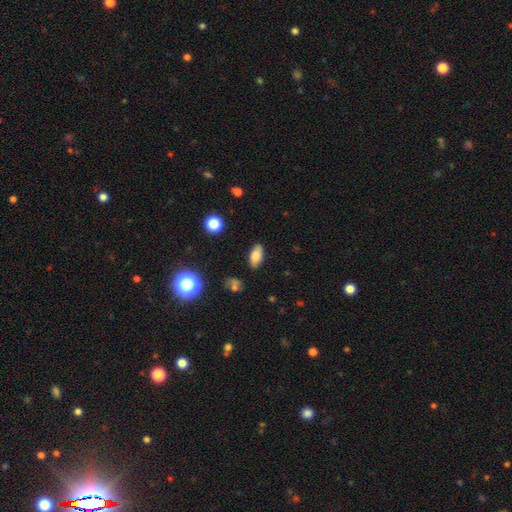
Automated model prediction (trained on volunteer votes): Q: Smooth or featured?
A: smooth (81%); runner-up: star or artifact (10%)
Q: How rounded?
A: in between (89%); runner-up: cigar-shaped (7%)
Q: Merging?
A: none (85%); runner-up: minor disturbance (10%)